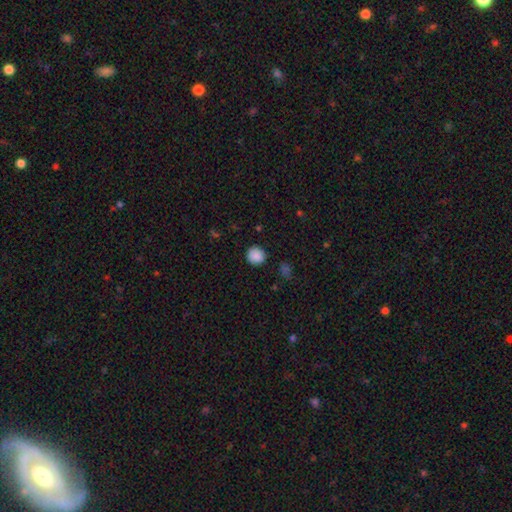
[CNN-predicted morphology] A smooth galaxy with no disk features (88%) that is round (91%). Merging: none (88%).